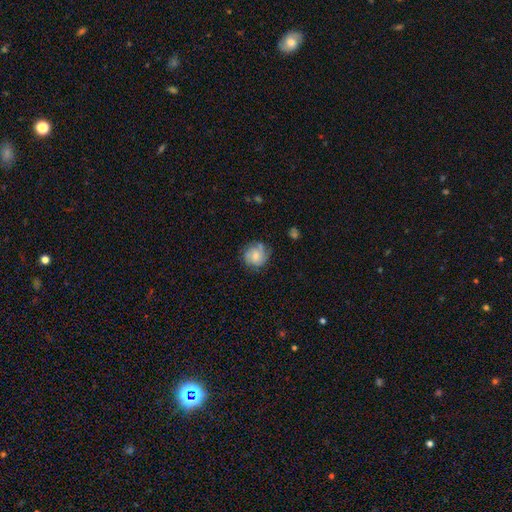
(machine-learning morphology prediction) Smooth or featured?
  - smooth: 55% *
  - featured or disk: 37%
  - star or artifact: 8%
How rounded?
  - round: 86% *
  - in between: 13%
  - cigar-shaped: 1%
Merging?
  - none: 69% *
  - minor disturbance: 21%
  - major disturbance: 7%
  - merger: 3%